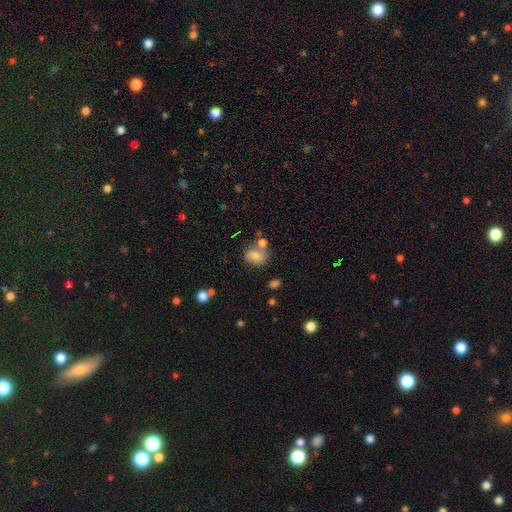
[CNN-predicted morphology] This appears to be a smooth galaxy with no disk features (77%) that is in between round and cigar-shaped (55%). Merging: none (48%).